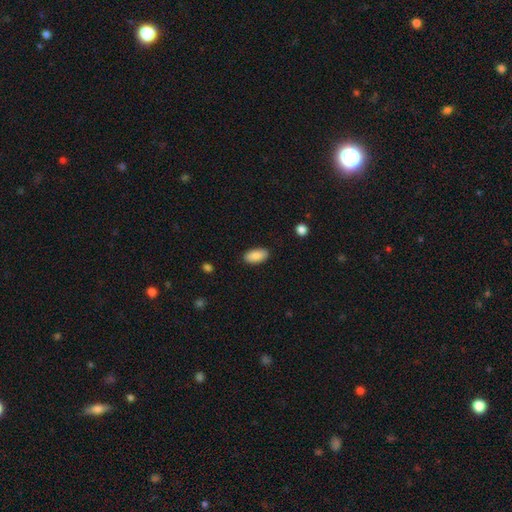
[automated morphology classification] Overall: smooth (88%). How rounded: in between (93%). Merging: none (88%).